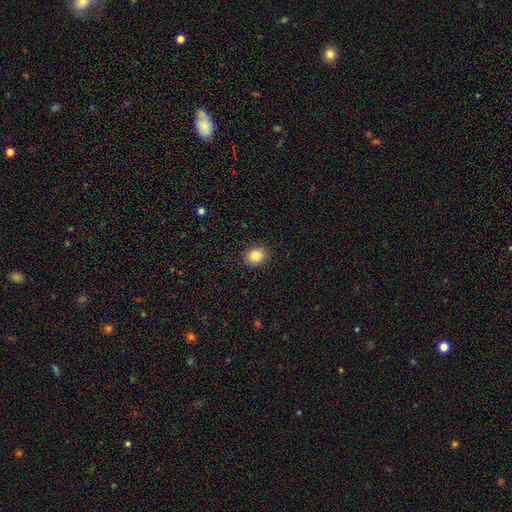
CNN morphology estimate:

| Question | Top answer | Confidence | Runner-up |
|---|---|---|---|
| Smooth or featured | smooth | 85% | star or artifact (10%) |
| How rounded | round | 62% | in between (37%) |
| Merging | none | 90% | minor disturbance (7%) |